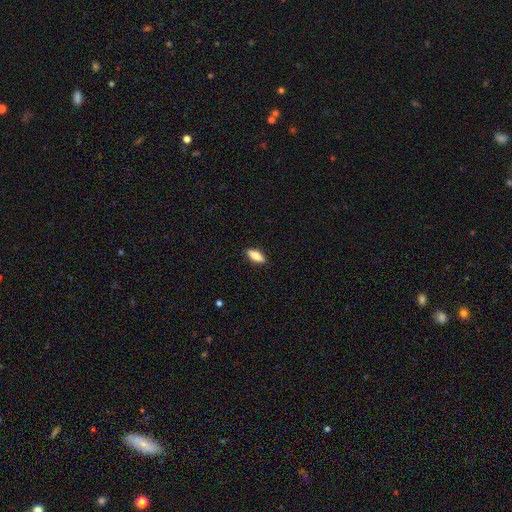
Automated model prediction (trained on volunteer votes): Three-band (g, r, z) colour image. It shows a smooth galaxy with no disk features (79%) that is in between round and cigar-shaped (72%). Merging: none (88%).